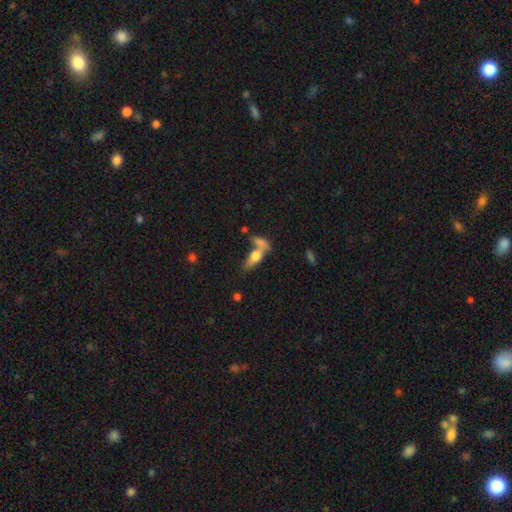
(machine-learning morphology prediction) Smooth or featured? smooth (64%)
How rounded? in between (65%)
Merging? merger (44%)